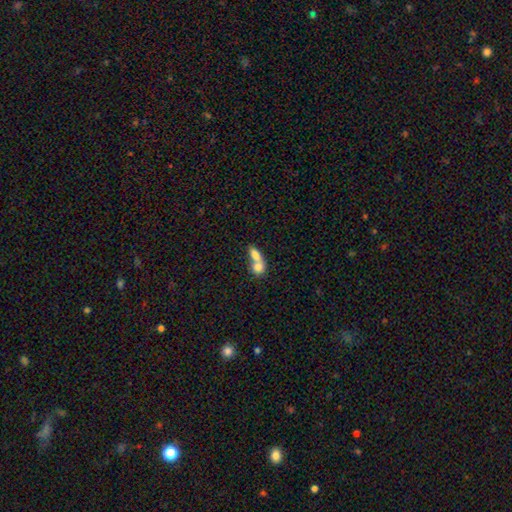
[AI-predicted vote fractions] smooth 74%, featured or disk 18%, star or artifact 8%. Down the decision tree: how rounded — in between (63%); merging — merger (76%).